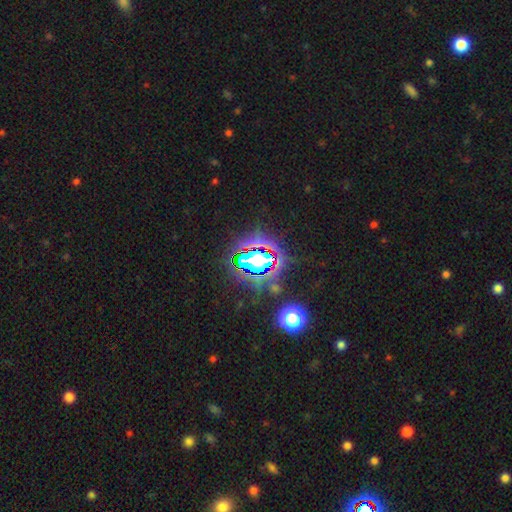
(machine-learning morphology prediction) Q: Smooth or featured?
A: star or artifact (81%); runner-up: smooth (11%)